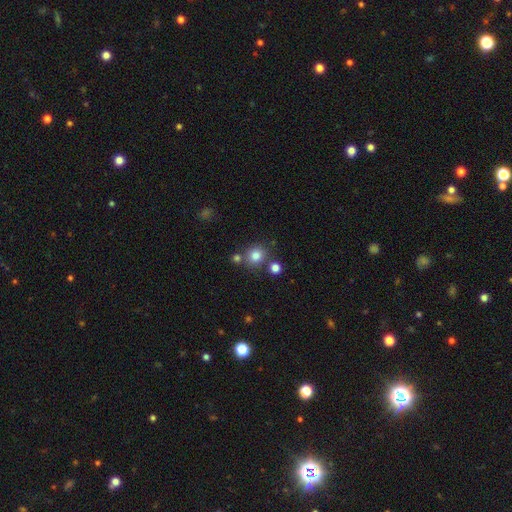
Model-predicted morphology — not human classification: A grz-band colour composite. It shows a smooth galaxy with no disk features (79%) that is round (89%). Merging: none (74%).